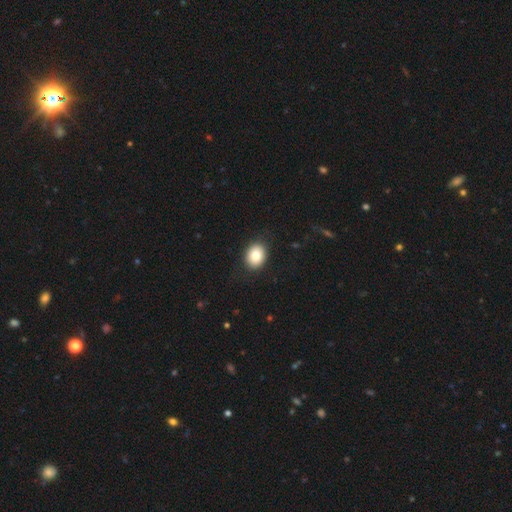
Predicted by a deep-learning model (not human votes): smooth 82%, featured or disk 10%, star or artifact 8%. Down the decision tree: how rounded — in between (55%); merging — none (89%).